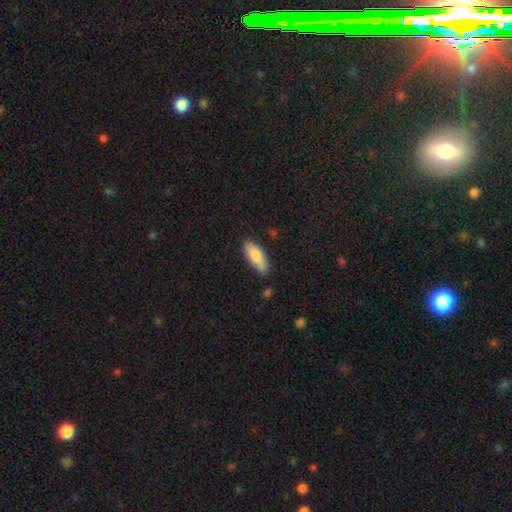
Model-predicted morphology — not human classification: type=smooth (83%); roundness=in between (61%); merging=none (82%).